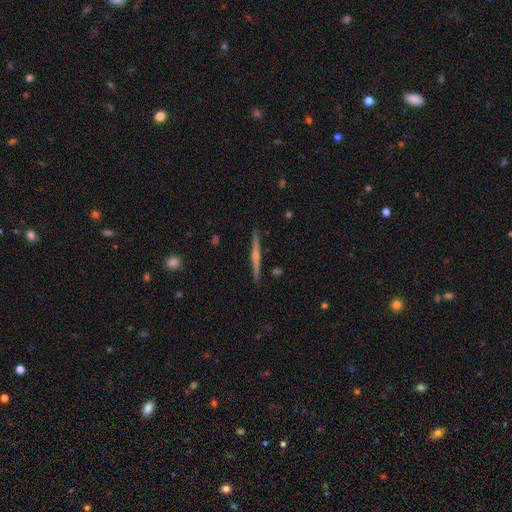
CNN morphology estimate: A featured or disk galaxy (77%) viewed edge-on (98%) with a rounded central bulge (87%).

Vote fractions:
- Smooth or featured? featured or disk: 77% / smooth: 17% / star or artifact: 6%
- Edge-on disk? yes: 98% / no: 2%
- Edge-on bulge? rounded: 87% / none: 9% / boxy: 4%
- Merging? none: 92% / minor disturbance: 6% / merger: 1% / major disturbance: 1%